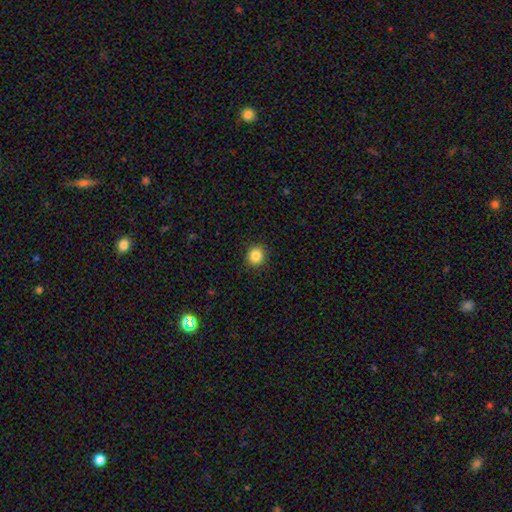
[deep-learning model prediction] This appears to be a smooth galaxy with no disk features (85%) that is round (84%). Merging: none (90%).